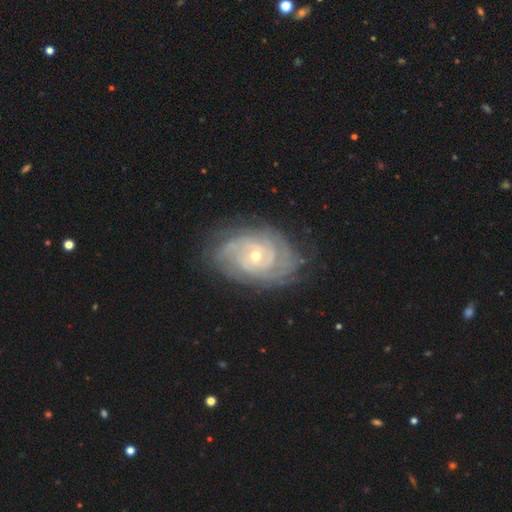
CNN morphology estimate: A featured or disk galaxy (87%) with no bar (71%), tight (77%) spiral arms (96%) and a small central bulge (66%).

Vote fractions:
- Smooth or featured? featured or disk: 87% / smooth: 7% / star or artifact: 6%
- Edge-on disk? no: 97% / yes: 3%
- Bar? no: 71% / weak: 23% / strong: 6%
- Spiral arms? yes: 96% / no: 4%
- Spiral winding? tight: 77% / medium: 19% / loose: 4%
- Spiral arm count? can't tell: 33% / 2: 21% / 3: 16% / 4: 14% / more than 4: 9% / 1: 6%
- Bulge size? small: 66% / moderate: 31% / large: 1% / none: 1% / dominant: 1%
- Merging? none: 77% / minor disturbance: 16% / major disturbance: 6% / merger: 1%